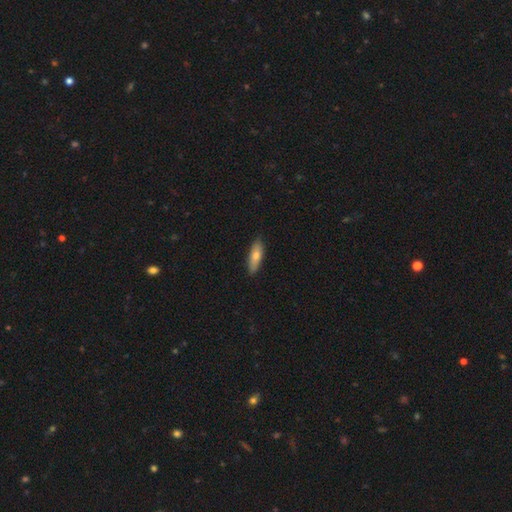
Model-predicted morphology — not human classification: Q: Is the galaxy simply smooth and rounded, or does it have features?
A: smooth — 73%.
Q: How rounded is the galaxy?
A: in between — 54%.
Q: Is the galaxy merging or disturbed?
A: none — 87%.